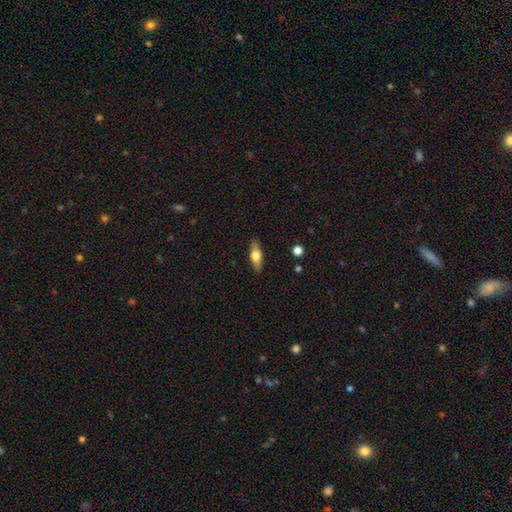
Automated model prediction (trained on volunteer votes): Morphology: type=smooth (60%); roundness=in between (61%); merging=none (87%).